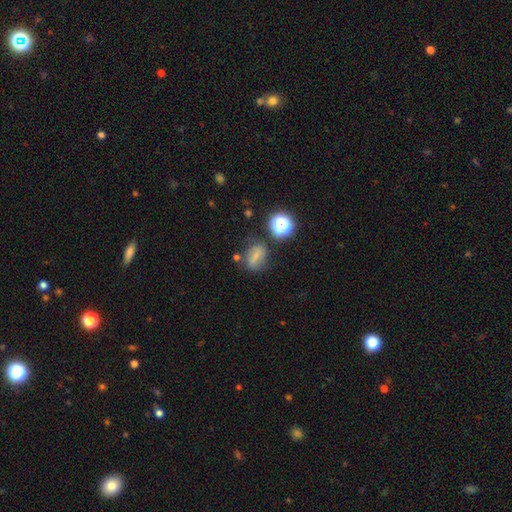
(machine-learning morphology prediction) smooth-or-featured: smooth: 56% | featured or disk: 24% | star or artifact: 20%
  how-rounded: in between: 52% | round: 46% | cigar-shaped: 3%
  merging: none: 61% | minor disturbance: 22% | major disturbance: 10% | merger: 7%